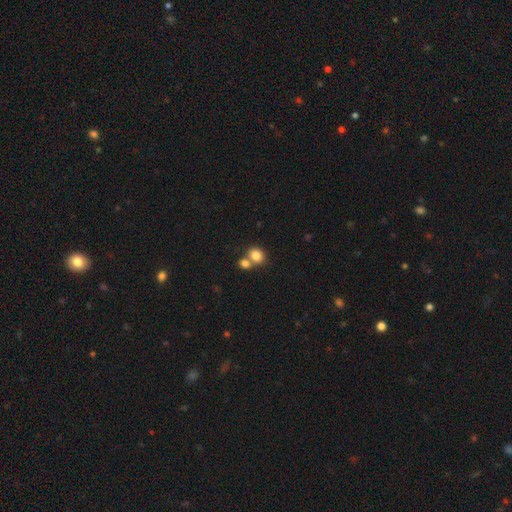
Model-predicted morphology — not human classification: Smooth or featured? smooth (82%)
How rounded? round (64%)
Merging? none (45%)